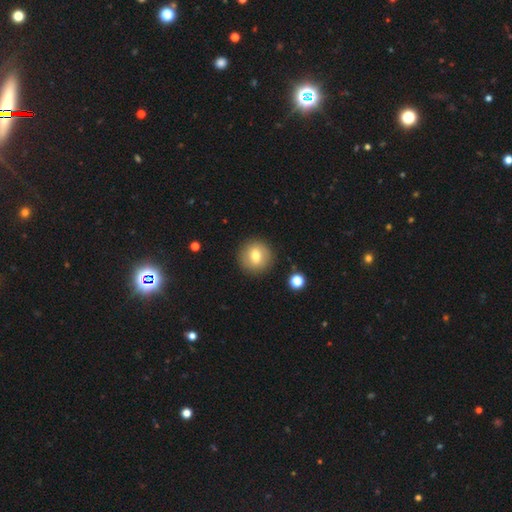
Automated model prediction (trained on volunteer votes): The model was most divided on "smooth or featured": smooth: 72%, featured or disk: 18%, star or artifact: 9%. More confident: how rounded — round (90%); merging — none (89%).